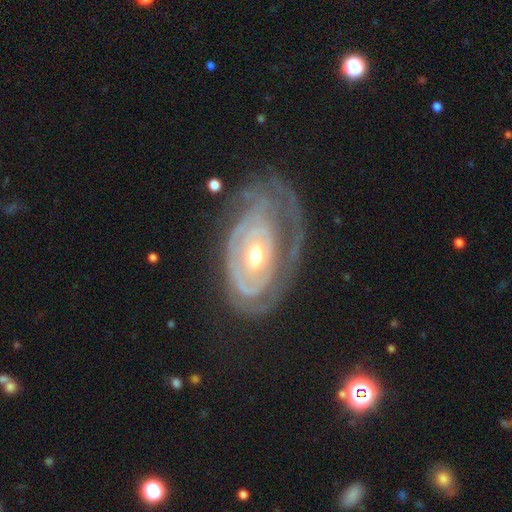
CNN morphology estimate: Smooth or featured: featured or disk — 82% (smooth — 13%)
Edge-on disk: no — 94% (yes — 6%)
Bar: no — 76% (weak — 18%)
Spiral arms: yes — 76% (no — 24%)
Spiral winding: tight — 69% (medium — 20%)
Spiral arm count: can't tell — 42% (2 — 24%)
Bulge size: moderate — 69% (small — 22%)
Merging: none — 50% (major disturbance — 24%)